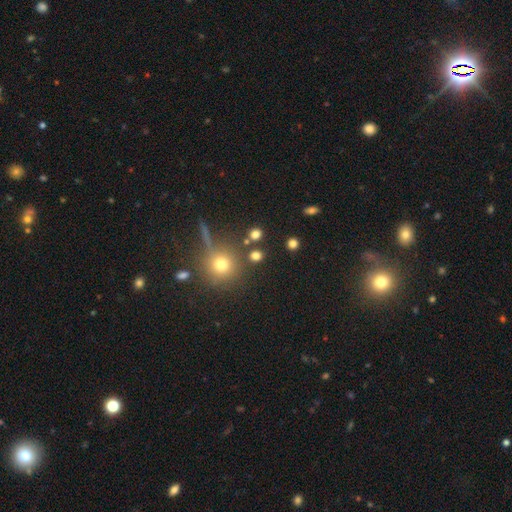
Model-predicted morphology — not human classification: smooth 72%, star or artifact 20%, featured or disk 8%. Down the decision tree: how rounded — round (85%); merging — none (81%).